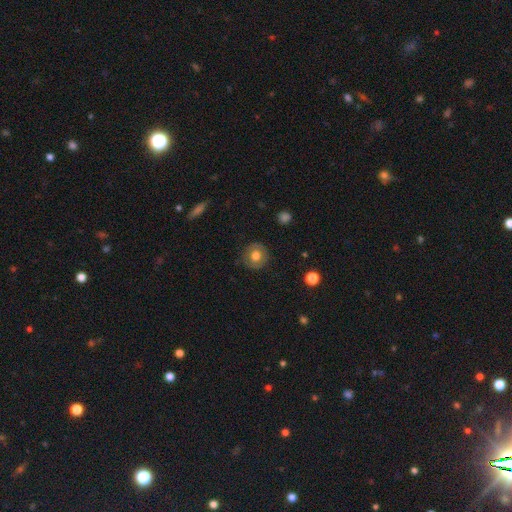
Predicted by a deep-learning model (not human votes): Smooth or featured? Predicted: smooth (p=0.69). How rounded? Predicted: round (p=0.90). Merging? Predicted: none (p=0.84).